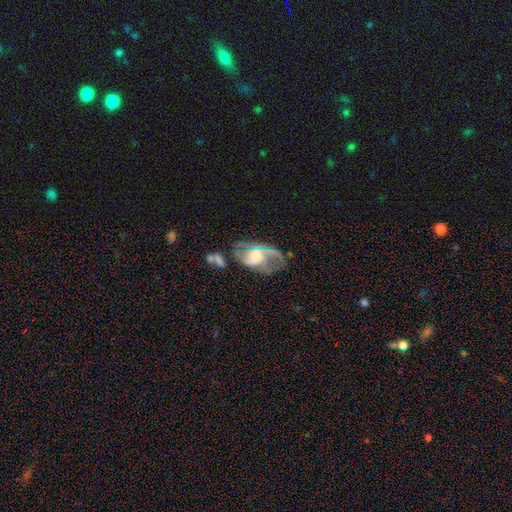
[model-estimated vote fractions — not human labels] Smooth or featured? Predicted: featured or disk (p=0.81). Edge-on disk? Predicted: no (p=0.96). Bar? Predicted: no (p=0.57). Spiral arms? Predicted: yes (p=0.91). Spiral winding? Predicted: medium (p=0.46). Spiral arm count? Predicted: 2 (p=0.70). Bulge size? Predicted: moderate (p=0.45). Merging? Predicted: none (p=0.47).